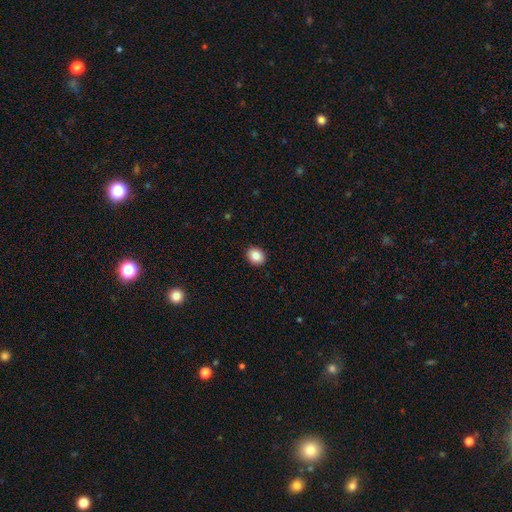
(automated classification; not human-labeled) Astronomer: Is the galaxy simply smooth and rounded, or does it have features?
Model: smooth — 86%.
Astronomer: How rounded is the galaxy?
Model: round — 55% (runner-up: in between, 44%).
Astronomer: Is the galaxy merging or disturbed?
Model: none — 92%.